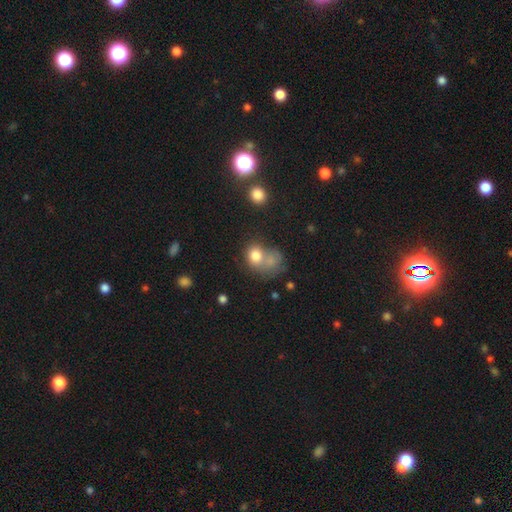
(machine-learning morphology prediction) A smooth galaxy with no disk features (78%) that is round (59%). Merging: merger (48%).